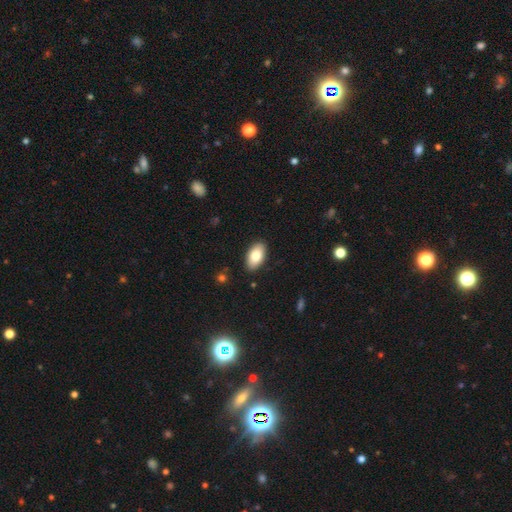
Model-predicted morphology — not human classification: smooth 82%, featured or disk 12%, star or artifact 6%. Down the decision tree: how rounded — in between (94%); merging — none (89%).